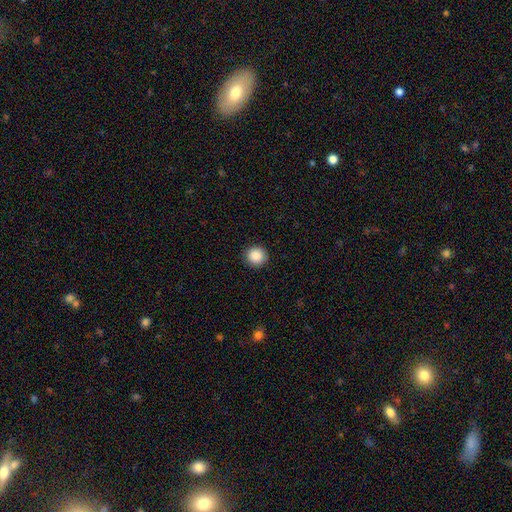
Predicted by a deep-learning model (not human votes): Smooth or featured: smooth — 88% (star or artifact — 9%)
How rounded: round — 93% (in between — 6%)
Merging: none — 92% (minor disturbance — 6%)